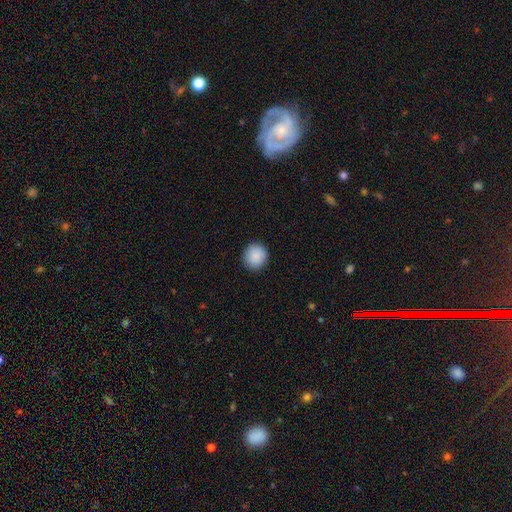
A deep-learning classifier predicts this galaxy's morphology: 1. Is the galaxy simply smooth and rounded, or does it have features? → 89% smooth, 8% star or artifact, 4% featured or disk.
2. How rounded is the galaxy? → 92% round, 8% in between, 1% cigar-shaped.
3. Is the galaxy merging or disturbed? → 91% none, 6% minor disturbance, 2% major disturbance, 1% merger.